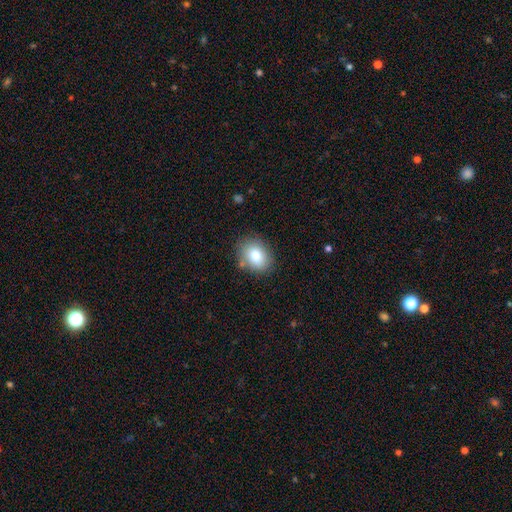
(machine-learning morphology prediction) Smooth or featured?
  - smooth: 80% *
  - featured or disk: 11%
  - star or artifact: 9%
How rounded?
  - in between: 61% *
  - round: 38%
  - cigar-shaped: 1%
Merging?
  - none: 81% *
  - minor disturbance: 13%
  - major disturbance: 3%
  - merger: 3%